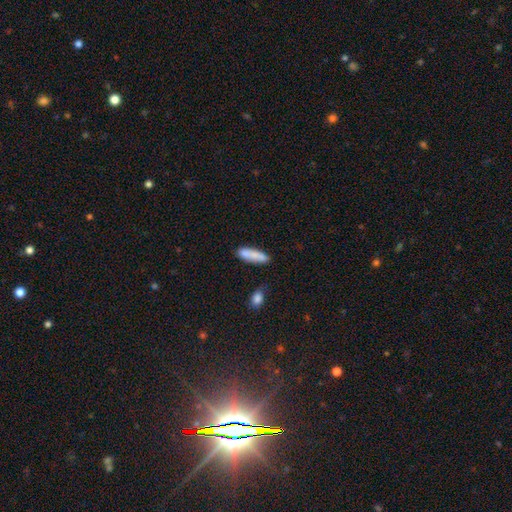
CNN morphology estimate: Overall: smooth (82%). How rounded: cigar-shaped (63%; in between 35%). Merging: none (70%).